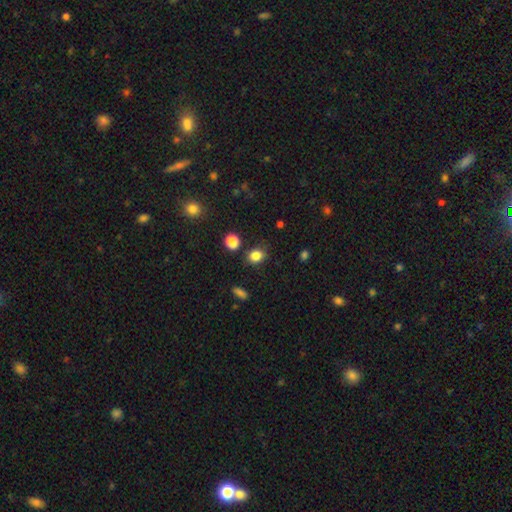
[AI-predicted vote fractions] smooth-or-featured: smooth: 84% | star or artifact: 12% | featured or disk: 5%
  how-rounded: in between: 50% | round: 49% | cigar-shaped: 1%
  merging: none: 79% | minor disturbance: 13% | merger: 5% | major disturbance: 4%